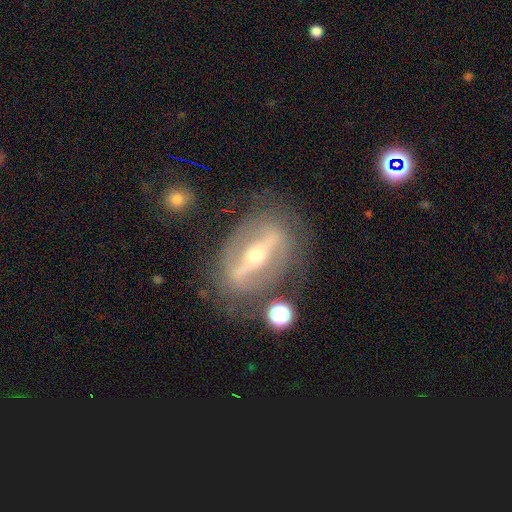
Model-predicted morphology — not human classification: Smooth or featured?
  - featured or disk: 82% *
  - smooth: 11%
  - star or artifact: 7%
Edge-on disk?
  - no: 70% *
  - yes: 30%
Bar?
  - strong: 84% *
  - weak: 10%
  - no: 6%
Spiral arms?
  - no: 61% *
  - yes: 39%
Bulge size?
  - moderate: 56% *
  - small: 38%
  - large: 4%
  - dominant: 1%
  - none: 1%
Merging?
  - none: 76% *
  - minor disturbance: 13%
  - major disturbance: 8%
  - merger: 3%